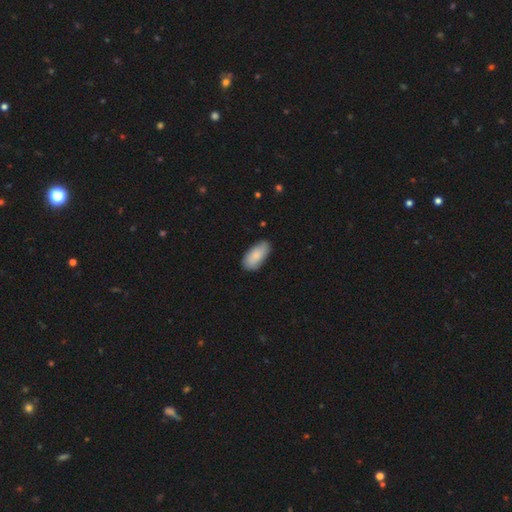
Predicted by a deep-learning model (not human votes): Smooth or featured?
  - smooth: 82% *
  - featured or disk: 13%
  - star or artifact: 6%
How rounded?
  - in between: 92% *
  - cigar-shaped: 6%
  - round: 2%
Merging?
  - none: 78% *
  - minor disturbance: 18%
  - major disturbance: 3%
  - merger: 1%